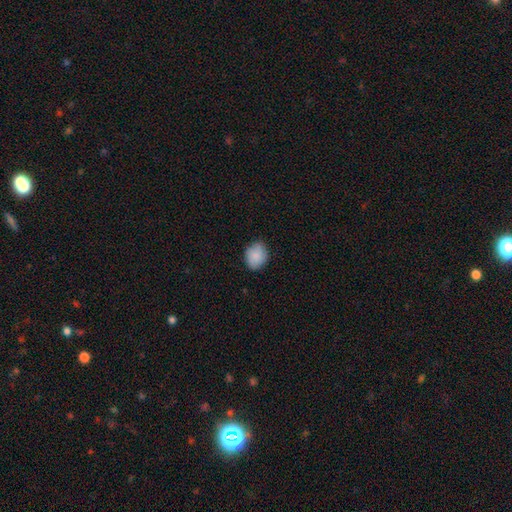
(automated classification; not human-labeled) This is clearly a smooth galaxy (87%). How rounded: possibly round (54%). Merging: clearly none (82%).